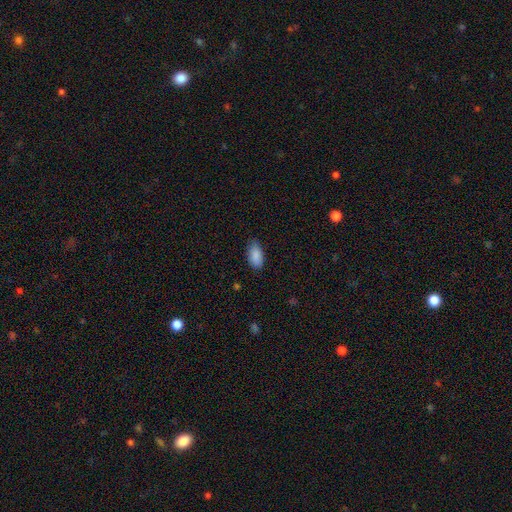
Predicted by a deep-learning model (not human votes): smooth-or-featured: smooth: 89% | star or artifact: 7% | featured or disk: 5%
  how-rounded: in between: 93% | cigar-shaped: 4% | round: 3%
  merging: none: 77% | minor disturbance: 19% | major disturbance: 3% | merger: 1%